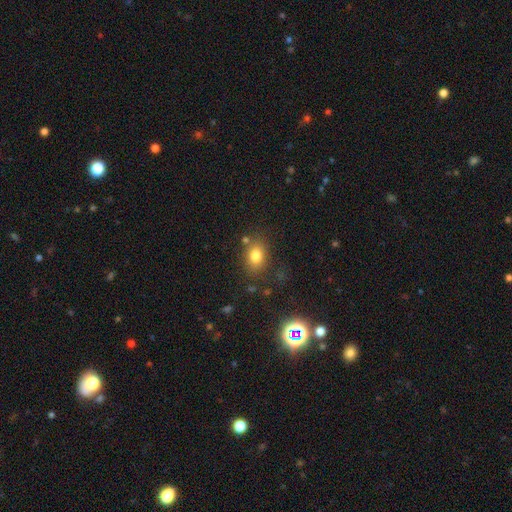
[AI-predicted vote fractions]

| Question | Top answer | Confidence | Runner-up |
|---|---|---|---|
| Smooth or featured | smooth | 79% | star or artifact (12%) |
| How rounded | in between | 66% | round (33%) |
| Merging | none | 75% | minor disturbance (14%) |